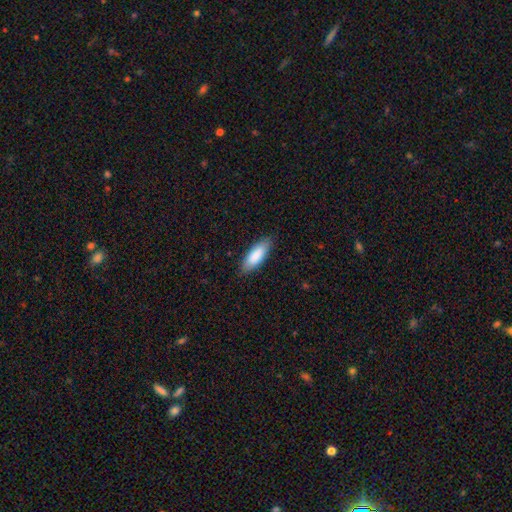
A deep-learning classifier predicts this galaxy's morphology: Overall: smooth (87%). How rounded: in between (66%; cigar-shaped 32%). Merging: none (86%).